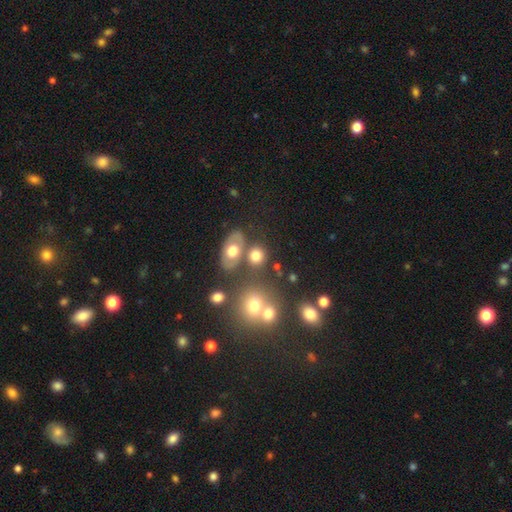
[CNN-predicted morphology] The model was most divided on "how rounded": round: 60%, in between: 38%, cigar-shaped: 2%. More confident: smooth or featured — smooth (69%); merging — none (65%).